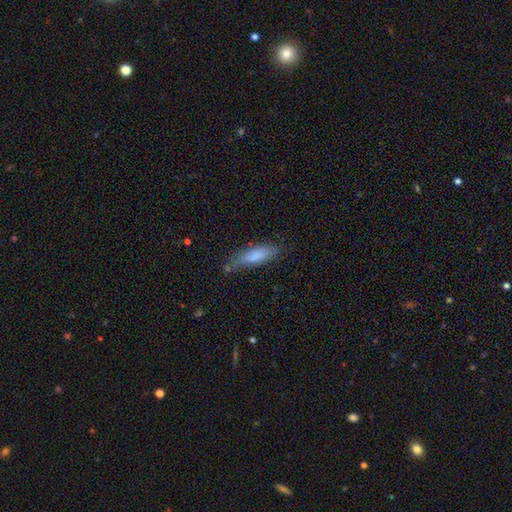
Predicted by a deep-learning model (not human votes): This is likely a smooth galaxy (80%). How rounded: possibly cigar-shaped (54%). Merging: likely none (66%).